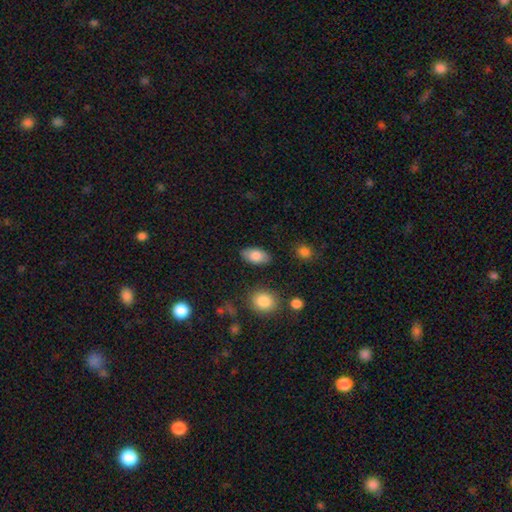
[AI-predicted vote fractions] The model was most divided on "smooth or featured": smooth: 81%, featured or disk: 12%, star or artifact: 7%. More confident: how rounded — in between (93%); merging — none (86%).